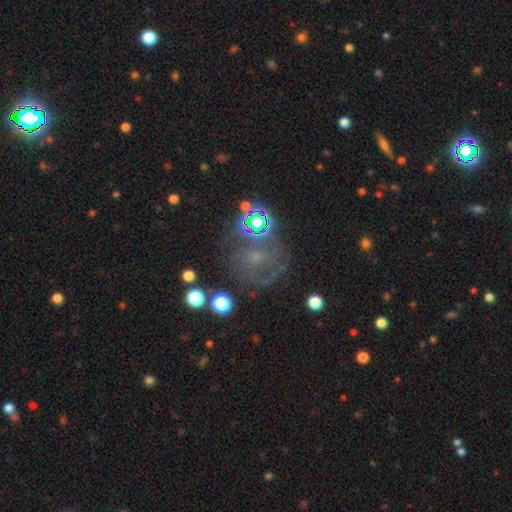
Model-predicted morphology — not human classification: Smooth or featured? Predicted: featured or disk (p=0.44). Merging? Predicted: none (p=0.59).